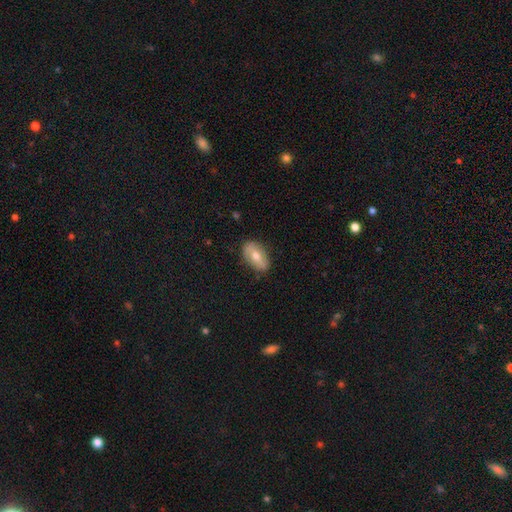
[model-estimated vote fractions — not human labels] This is possibly a smooth galaxy (56%). How rounded: clearly in between (90%). Merging: likely none (80%).